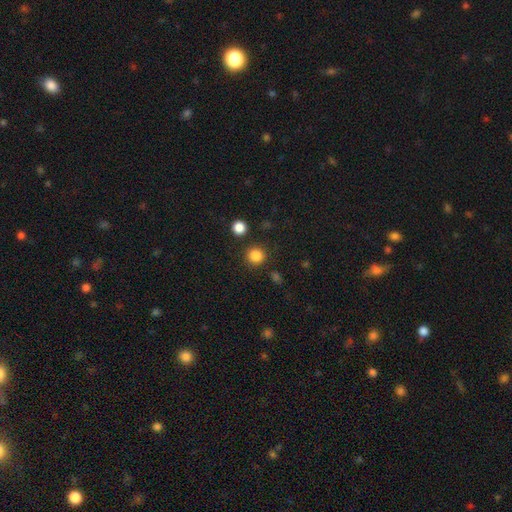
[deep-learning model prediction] Smooth or featured: smooth — 86% (star or artifact — 11%)
How rounded: round — 93% (in between — 6%)
Merging: none — 88% (minor disturbance — 6%)